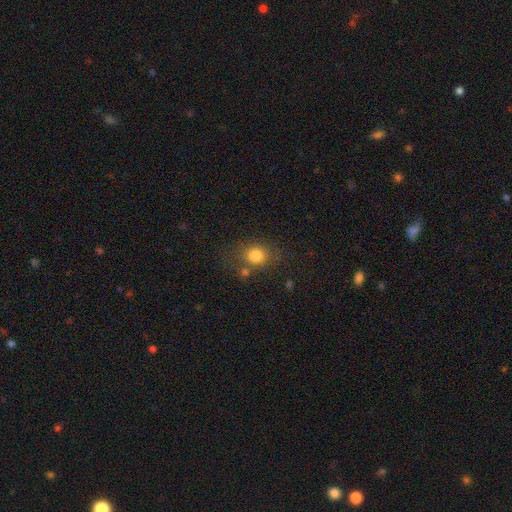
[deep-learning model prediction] This appears to be a smooth galaxy with no disk features (80%) that is round (70%). Merging: none (69%).